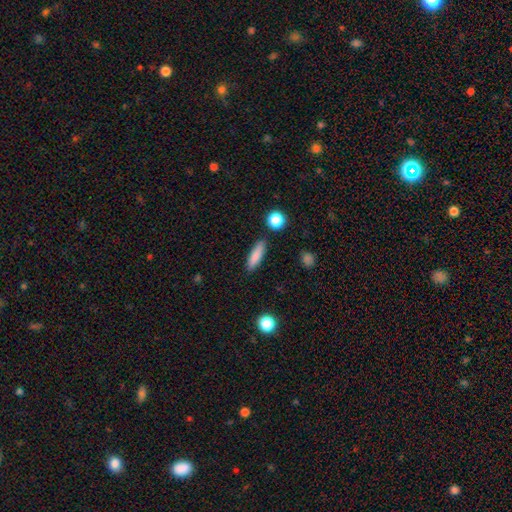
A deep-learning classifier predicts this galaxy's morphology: Q: Smooth or featured?
A: smooth (83%); runner-up: featured or disk (10%)
Q: How rounded?
A: cigar-shaped (65%); runner-up: in between (32%)
Q: Merging?
A: none (86%); runner-up: minor disturbance (9%)